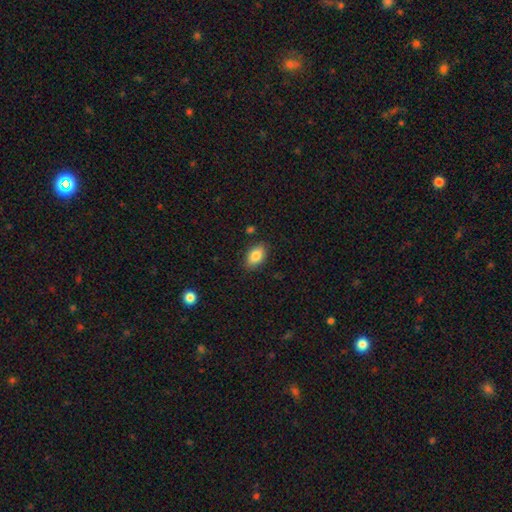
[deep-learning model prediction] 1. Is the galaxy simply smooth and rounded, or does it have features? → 84% smooth, 8% featured or disk, 7% star or artifact.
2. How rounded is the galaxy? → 90% in between, 8% round, 2% cigar-shaped.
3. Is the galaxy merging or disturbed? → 85% none, 11% minor disturbance, 2% major disturbance, 2% merger.